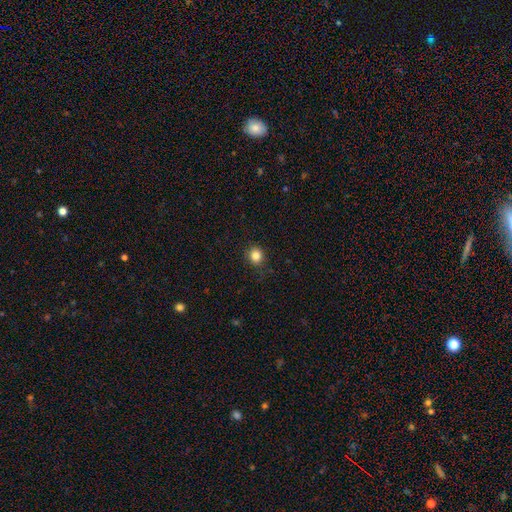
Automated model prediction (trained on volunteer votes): Smooth or featured? smooth (84%)
How rounded? round (85%)
Merging? none (86%)